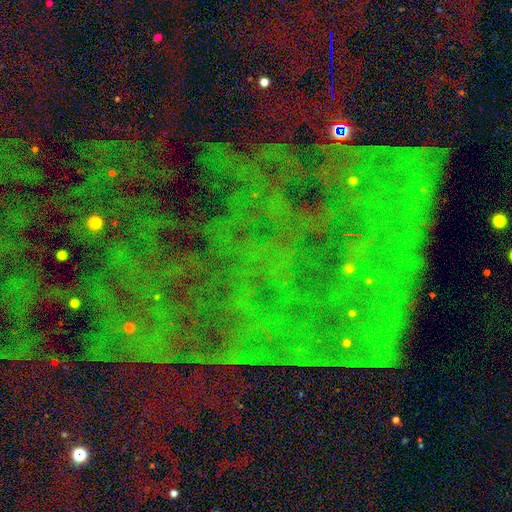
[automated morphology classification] The model was most divided on "smooth or featured": star or artifact: 84%, featured or disk: 8%, smooth: 7%.